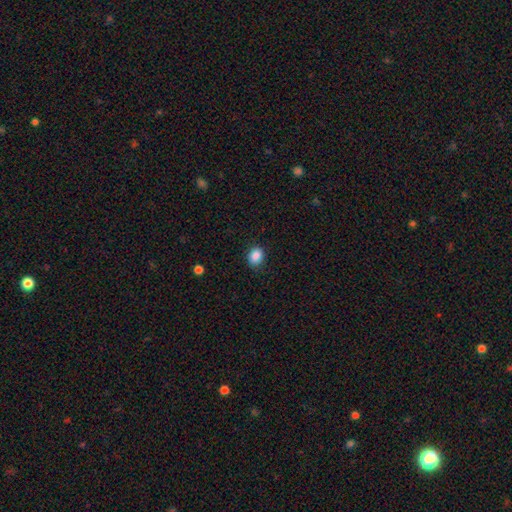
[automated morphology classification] Overall: smooth (87%). How rounded: in between (57%; round 42%). Merging: none (85%).